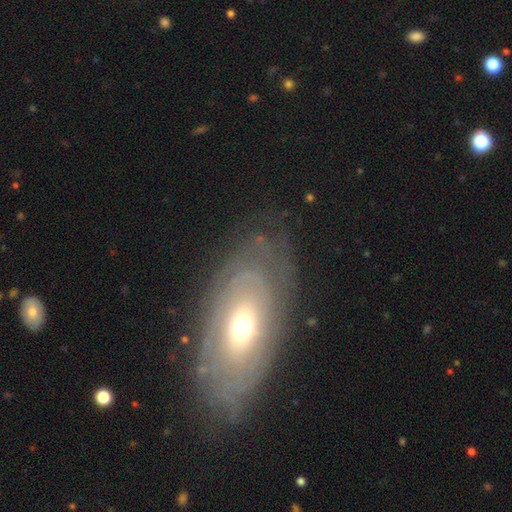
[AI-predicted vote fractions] smooth_or_featured: featured or disk (p=0.69) [alt: smooth p=0.24]
disk_edge_on: no (p=0.89) [alt: yes p=0.11]
bar: no (p=0.80) [alt: weak p=0.15]
has_spiral_arms: yes (p=0.54) [alt: no p=0.46]
bulge_size: moderate (p=0.67) [alt: small p=0.22]
merging: none (p=0.78) [alt: minor disturbance p=0.14]